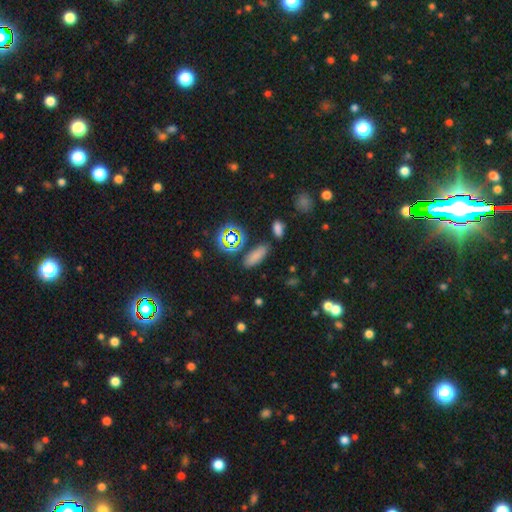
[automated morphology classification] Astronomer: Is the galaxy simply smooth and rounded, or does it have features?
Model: smooth — 73%.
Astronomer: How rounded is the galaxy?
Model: in between — 68%.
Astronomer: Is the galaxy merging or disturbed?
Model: none — 78%.